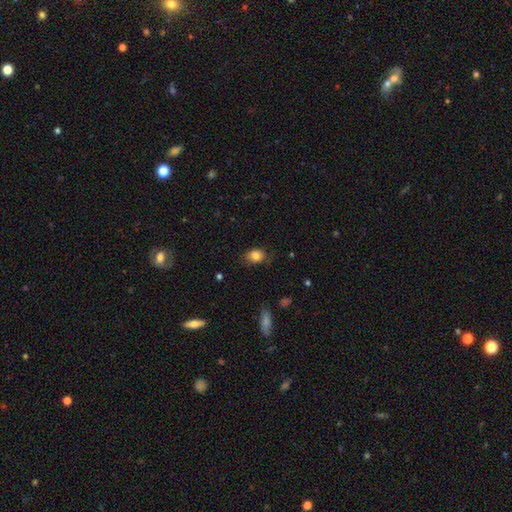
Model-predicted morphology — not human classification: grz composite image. It shows a smooth galaxy with no disk features (82%) that is in between round and cigar-shaped (67%). Merging: none (70%).